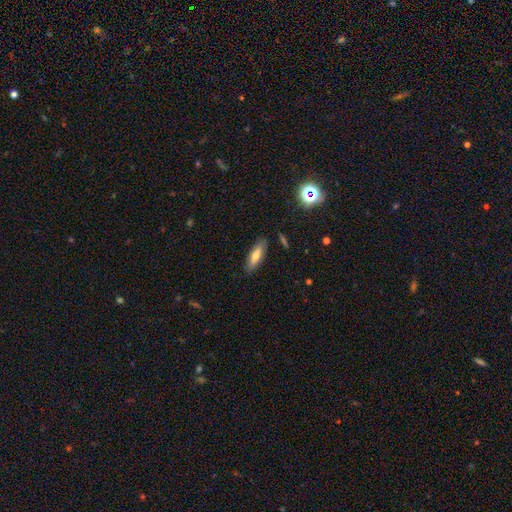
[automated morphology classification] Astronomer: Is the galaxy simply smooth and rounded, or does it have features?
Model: smooth — 64%.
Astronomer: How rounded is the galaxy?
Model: in between — 55% (runner-up: cigar-shaped, 42%).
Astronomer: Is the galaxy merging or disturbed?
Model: none — 85%.